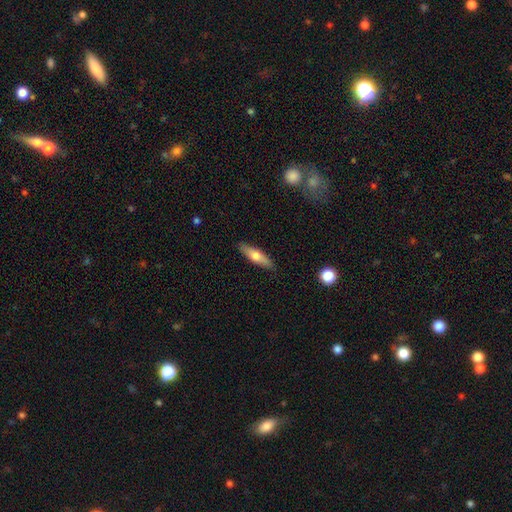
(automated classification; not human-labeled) smooth 60%, featured or disk 34%, star or artifact 6%. Down the decision tree: how rounded — cigar-shaped (62%); merging — none (88%).